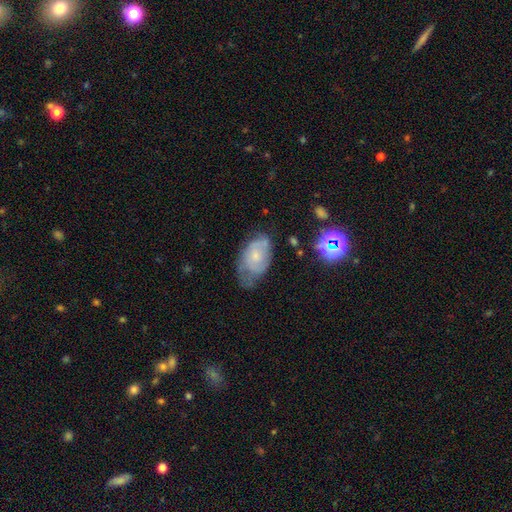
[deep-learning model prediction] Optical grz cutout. It shows a featured or disk galaxy (54%) with no bar (78%), spiral arms (65%) and a small central bulge (57%). Merging: none (42%).